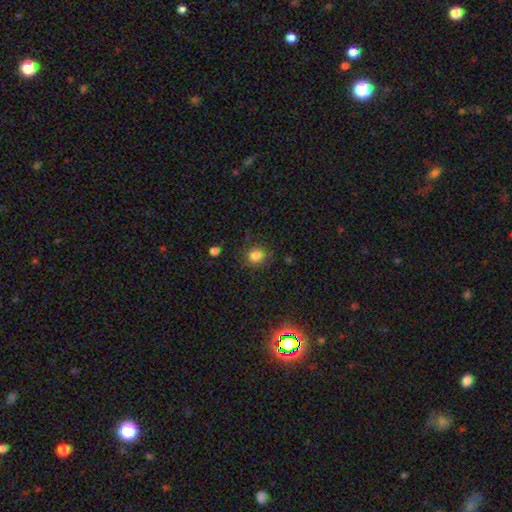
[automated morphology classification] type=smooth (82%); roundness=round (86%); merging=none (84%).